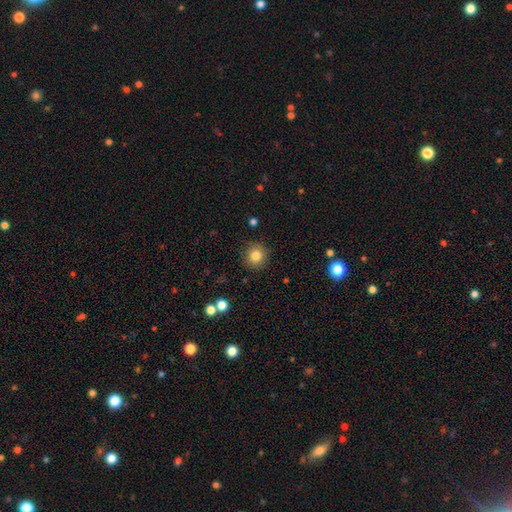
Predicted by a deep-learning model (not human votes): smooth-or-featured: smooth: 82% | star or artifact: 11% | featured or disk: 7%
  how-rounded: round: 93% | in between: 6% | cigar-shaped: 1%
  merging: none: 90% | minor disturbance: 7% | major disturbance: 2% | merger: 1%